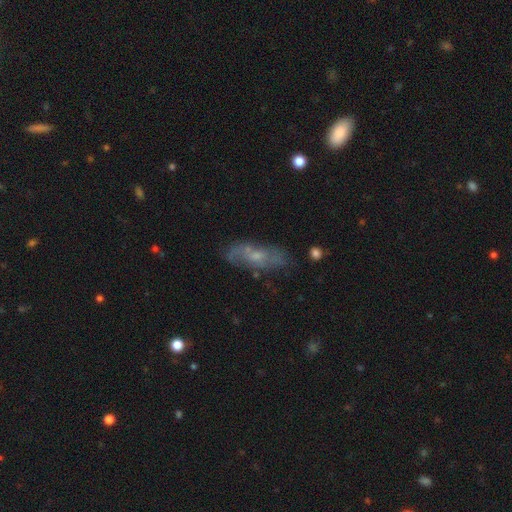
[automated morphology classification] featured or disk 53%, smooth 38%, star or artifact 9%. Down the decision tree: edge-on disk — no (75%); merging — none (70%).